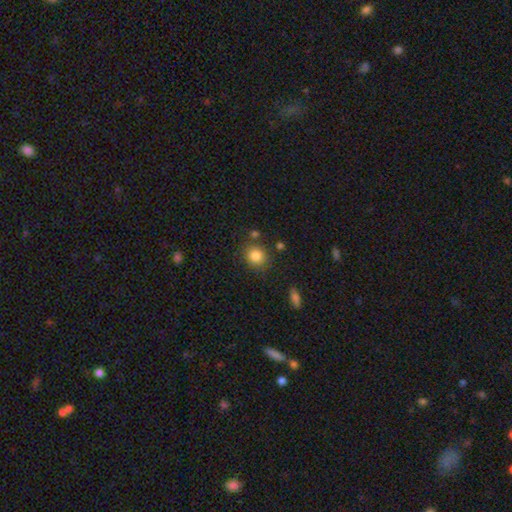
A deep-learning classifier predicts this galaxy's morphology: Smooth or featured: smooth — 84% (star or artifact — 10%)
How rounded: round — 81% (in between — 18%)
Merging: none — 80% (minor disturbance — 11%)